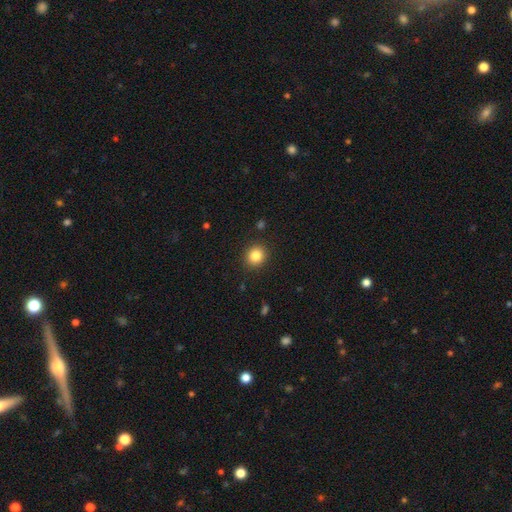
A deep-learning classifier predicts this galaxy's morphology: type=smooth (83%); roundness=round (87%); merging=none (90%).